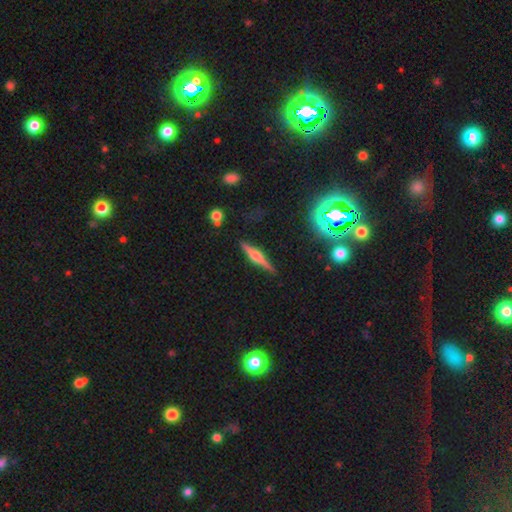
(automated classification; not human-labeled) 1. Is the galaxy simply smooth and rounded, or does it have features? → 70% featured or disk, 21% smooth, 9% star or artifact.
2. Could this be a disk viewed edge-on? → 97% yes, 3% no.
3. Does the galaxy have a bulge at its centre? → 87% rounded, 9% boxy, 4% none.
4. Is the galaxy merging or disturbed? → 87% none, 10% minor disturbance, 2% major disturbance, 2% merger.